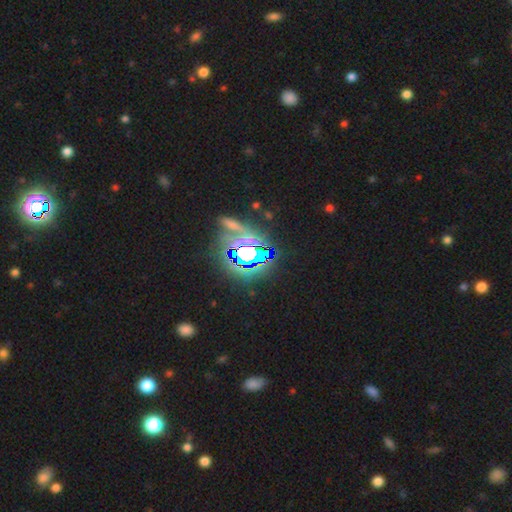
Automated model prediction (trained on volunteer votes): Q: Smooth or featured?
A: star or artifact (70%); runner-up: smooth (17%)